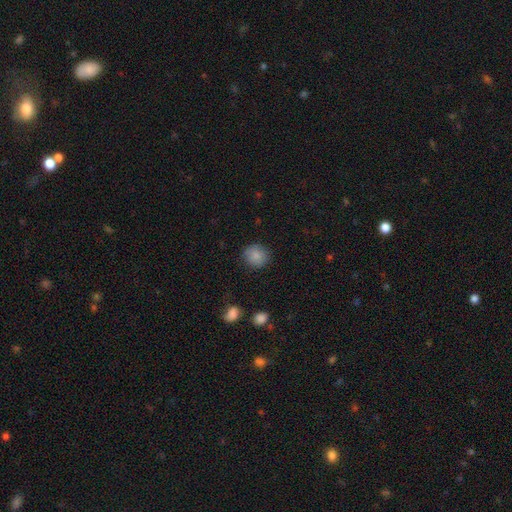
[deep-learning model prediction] smooth-or-featured: smooth: 86% | star or artifact: 8% | featured or disk: 5%
  how-rounded: round: 87% | in between: 12% | cigar-shaped: 1%
  merging: none: 85% | minor disturbance: 10% | major disturbance: 3% | merger: 1%